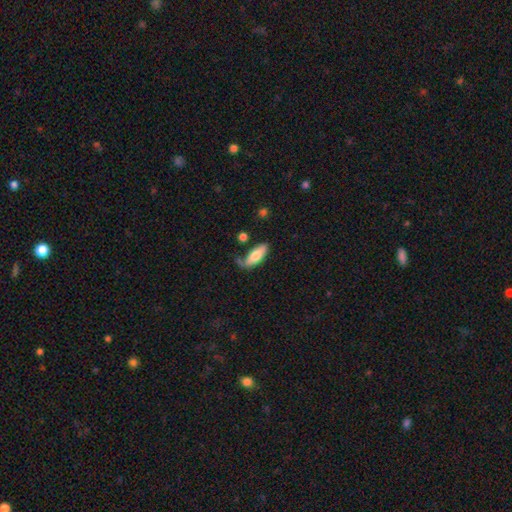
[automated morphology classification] type=smooth (72%); roundness=in between (73%); merging=none (54%).